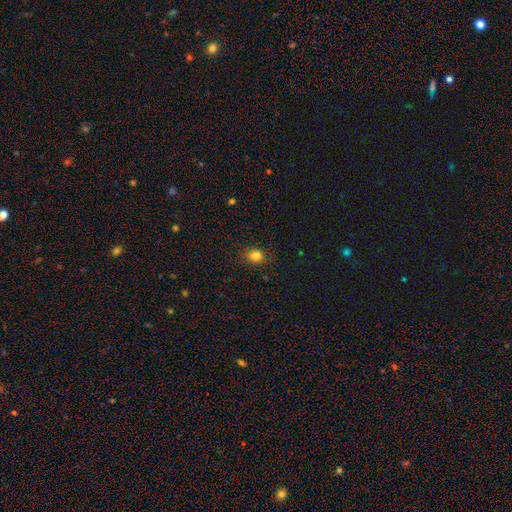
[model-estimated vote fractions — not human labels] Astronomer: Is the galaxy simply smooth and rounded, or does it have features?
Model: smooth — 82%.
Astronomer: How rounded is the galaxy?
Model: round — 55% (runner-up: in between, 43%).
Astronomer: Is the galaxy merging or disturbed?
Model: none — 83%.